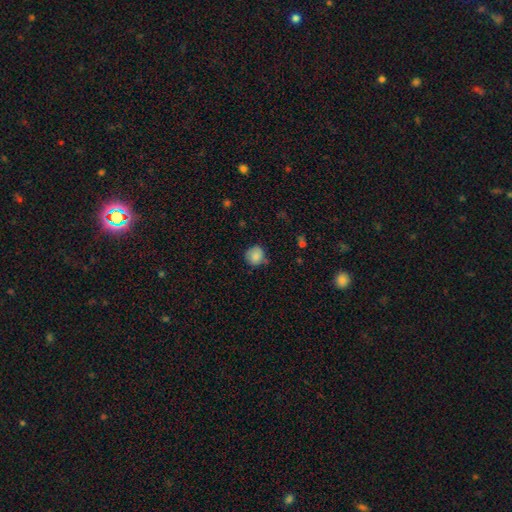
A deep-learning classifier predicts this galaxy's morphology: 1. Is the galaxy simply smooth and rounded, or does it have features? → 83% smooth, 9% star or artifact, 8% featured or disk.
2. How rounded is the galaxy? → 84% round, 15% in between, 1% cigar-shaped.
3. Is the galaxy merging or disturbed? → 68% none, 25% minor disturbance, 5% major disturbance, 2% merger.